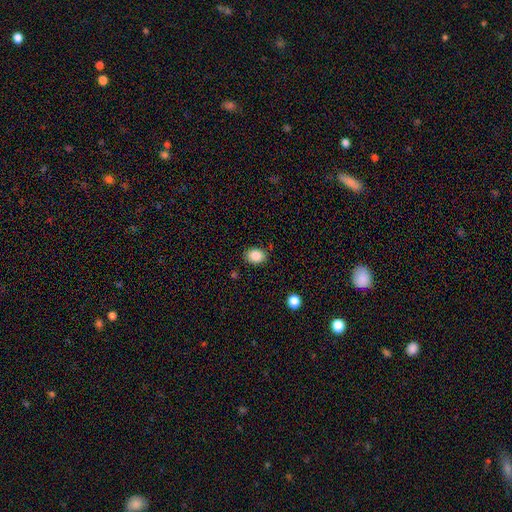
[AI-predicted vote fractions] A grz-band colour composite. It shows a smooth galaxy with no disk features (87%) that is in between round and cigar-shaped (61%). Merging: none (82%).